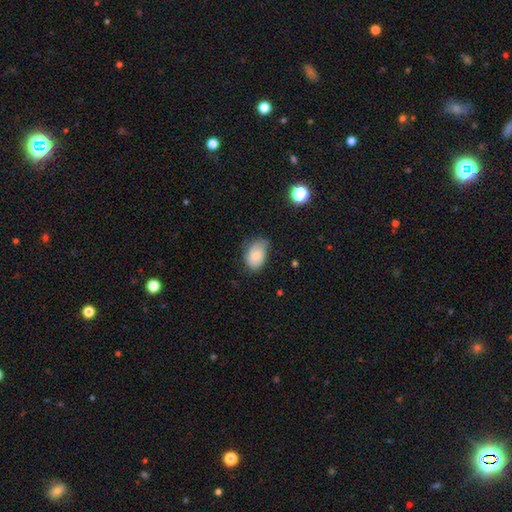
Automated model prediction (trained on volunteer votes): Smooth or featured? smooth (73%)
How rounded? in between (87%)
Merging? none (56%)